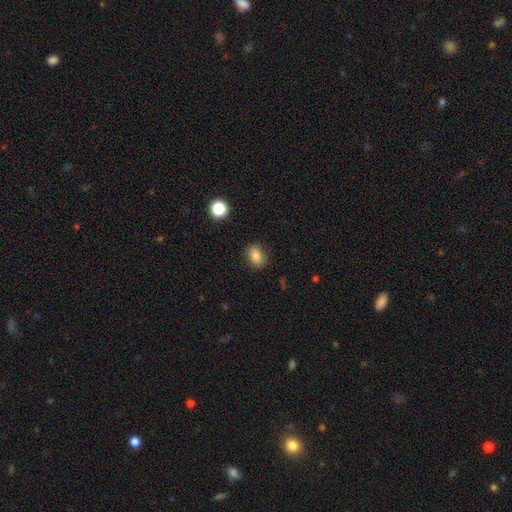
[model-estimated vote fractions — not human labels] Q: Smooth or featured?
A: smooth (82%); runner-up: star or artifact (10%)
Q: How rounded?
A: in between (69%); runner-up: round (30%)
Q: Merging?
A: none (83%); runner-up: minor disturbance (13%)